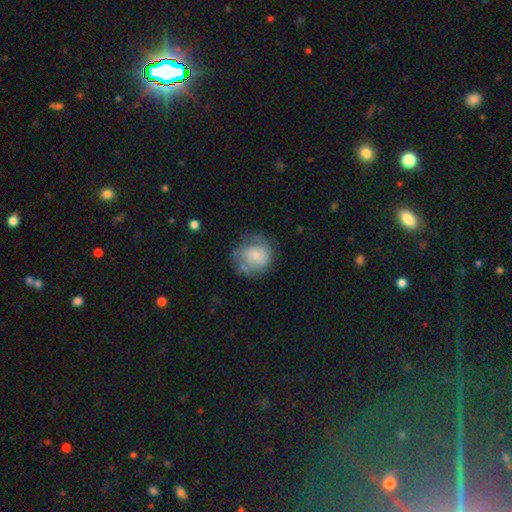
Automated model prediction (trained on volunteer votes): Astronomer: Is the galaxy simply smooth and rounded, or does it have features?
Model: featured or disk — 51% (runner-up: smooth, 41%).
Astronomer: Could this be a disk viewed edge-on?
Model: no — 98%.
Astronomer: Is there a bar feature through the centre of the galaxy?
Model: no — 79%.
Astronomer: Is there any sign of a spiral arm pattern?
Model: yes — 71%.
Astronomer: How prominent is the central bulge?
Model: small — 63%.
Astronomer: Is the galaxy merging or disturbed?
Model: none — 58%.